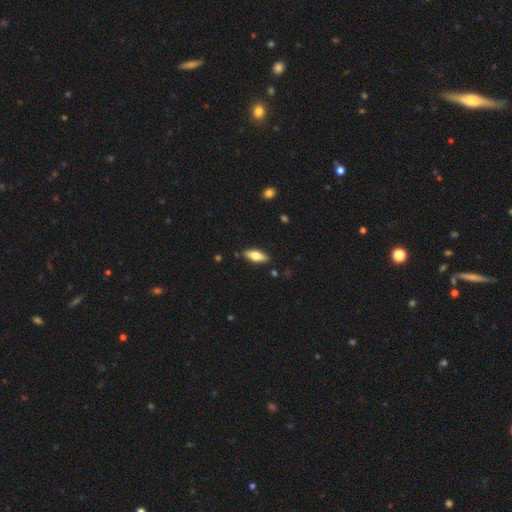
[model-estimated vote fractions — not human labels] Morphology: type=smooth (70%); roundness=in between (72%); merging=none (86%).